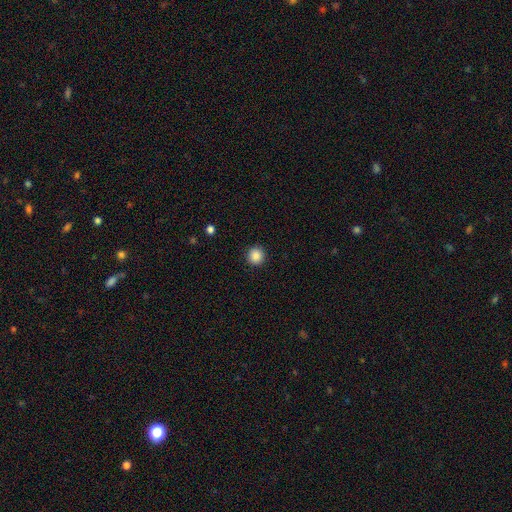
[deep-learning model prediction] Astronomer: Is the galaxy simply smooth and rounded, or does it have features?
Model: smooth — 87%.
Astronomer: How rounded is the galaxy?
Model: round — 95%.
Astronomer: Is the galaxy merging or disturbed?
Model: none — 92%.